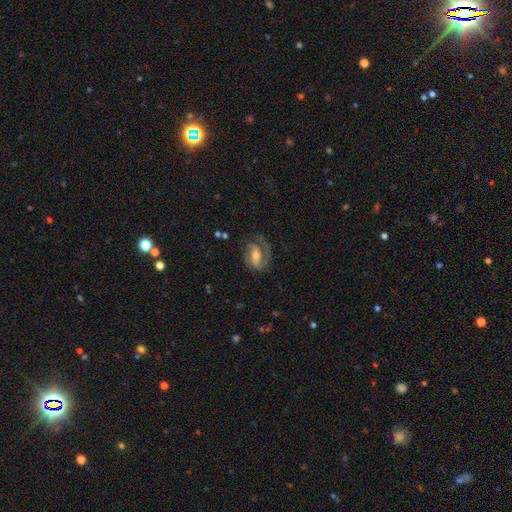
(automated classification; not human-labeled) smooth-or-featured: featured or disk: 78% | smooth: 15% | star or artifact: 7%
  disk-edge-on: no: 96% | yes: 4%
    bar: weak: 42% | no: 29% | strong: 28%
    has-spiral-arms: yes: 93% | no: 7%
      spiral-winding: medium: 46% | tight: 38% | loose: 16%
      spiral-arm-count: 2: 69% | 1: 16% | can't tell: 9% | 3: 4% | 4: 1% | more than 4: 1%
    bulge-size: moderate: 56% | small: 34% | large: 7% | none: 2% | dominant: 1%
  merging: none: 67% | minor disturbance: 18% | major disturbance: 14% | merger: 2%